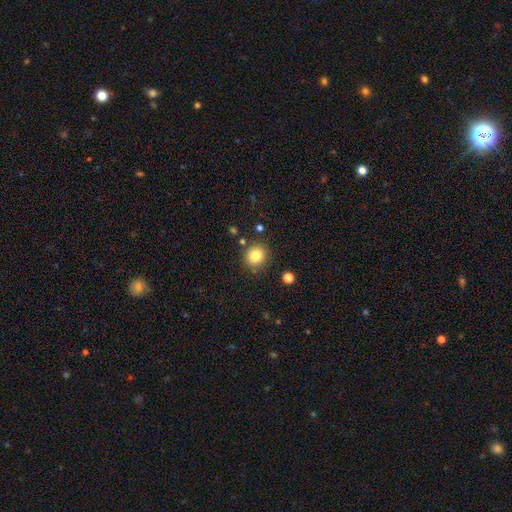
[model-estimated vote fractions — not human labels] This is clearly a smooth galaxy (81%). How rounded: clearly round (88%). Merging: clearly none (85%).